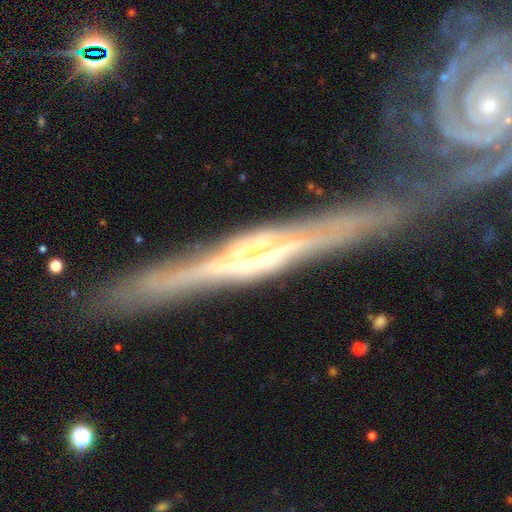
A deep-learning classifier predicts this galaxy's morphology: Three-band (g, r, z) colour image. It shows a featured or disk galaxy (85%) viewed edge-on (97%) with a rounded central bulge (54%). Merging: none (84%).